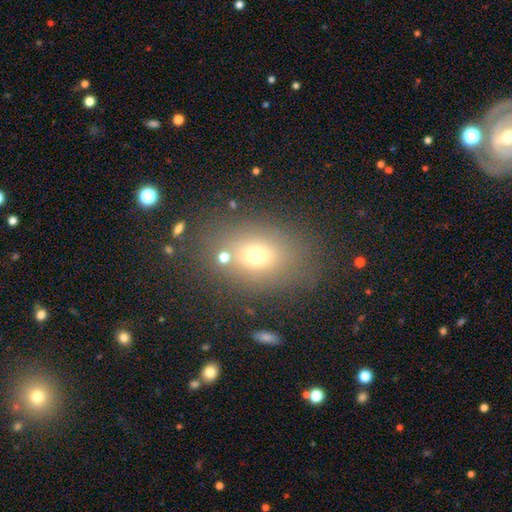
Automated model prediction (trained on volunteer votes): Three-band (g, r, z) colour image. It shows a smooth galaxy with no disk features (67%) that is in between round and cigar-shaped (61%). Merging: none (75%).